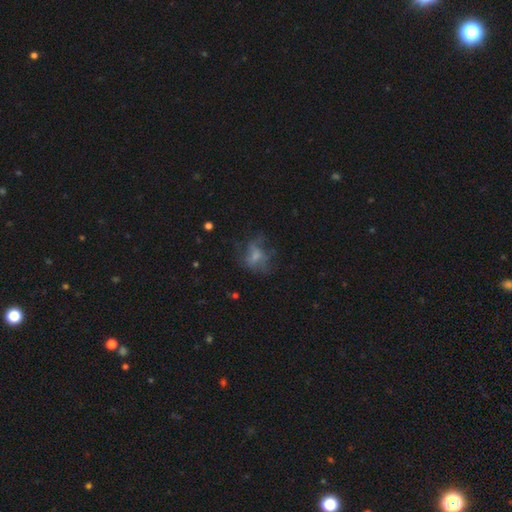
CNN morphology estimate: Overall: featured or disk (42%, tied with smooth). Merging: none (41%; major disturbance 36%).